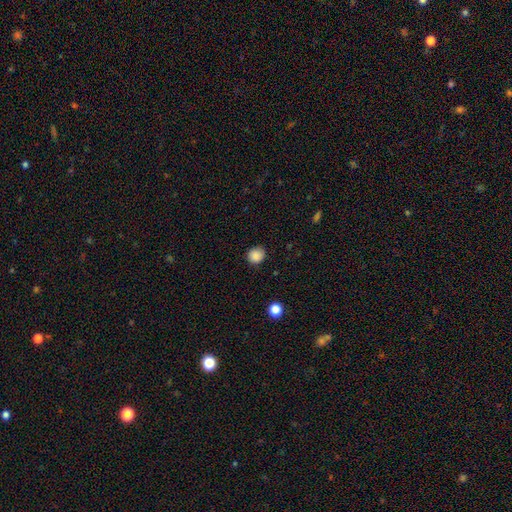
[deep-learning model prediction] The model was most divided on "how rounded": round: 86%, in between: 13%, cigar-shaped: 1%. More confident: merging — none (87%); smooth or featured — smooth (87%).